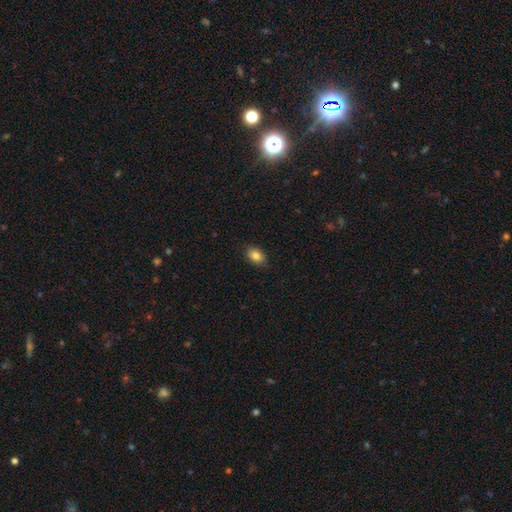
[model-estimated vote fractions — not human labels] Smooth or featured? Predicted: smooth (p=0.84). How rounded? Predicted: in between (p=0.81). Merging? Predicted: none (p=0.87).